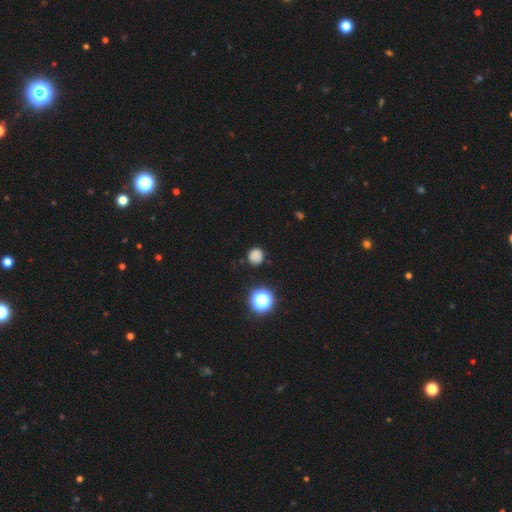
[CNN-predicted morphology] Smooth or featured? Predicted: smooth (p=0.78). How rounded? Predicted: round (p=0.92). Merging? Predicted: none (p=0.87).